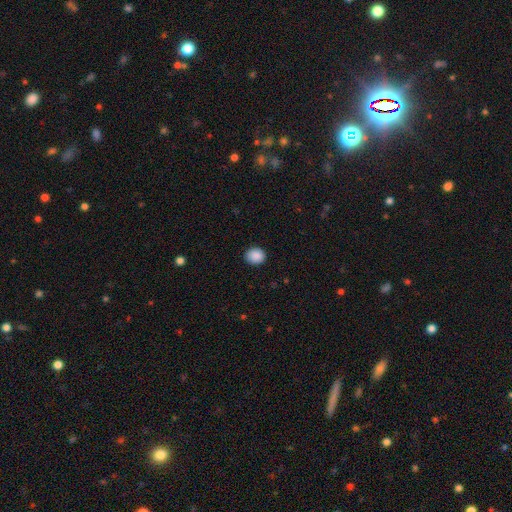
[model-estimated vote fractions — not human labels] Q: Smooth or featured?
A: smooth (90%); runner-up: star or artifact (8%)
Q: How rounded?
A: round (63%); runner-up: in between (36%)
Q: Merging?
A: none (89%); runner-up: minor disturbance (8%)